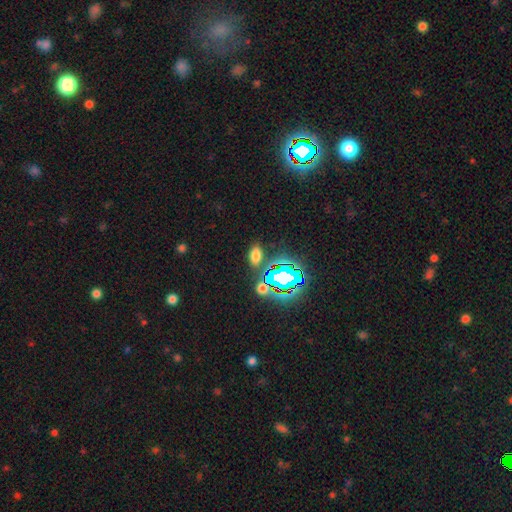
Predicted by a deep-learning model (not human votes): This appears to be a smooth galaxy with no disk features (62%) that is in between round and cigar-shaped (87%). Merging: none (81%).